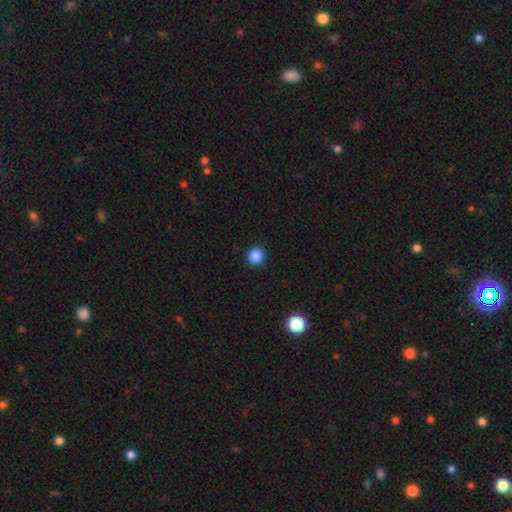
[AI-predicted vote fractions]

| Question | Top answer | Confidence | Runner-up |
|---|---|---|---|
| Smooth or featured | smooth | 87% | star or artifact (11%) |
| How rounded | round | 95% | in between (4%) |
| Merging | none | 93% | minor disturbance (5%) |